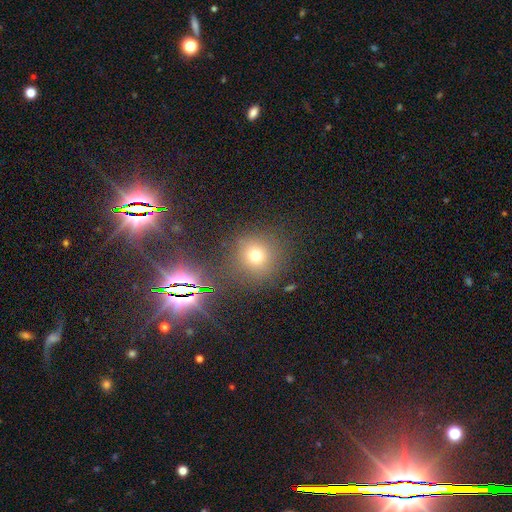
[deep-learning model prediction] Smooth or featured?
  - smooth: 66% *
  - star or artifact: 24%
  - featured or disk: 9%
How rounded?
  - round: 90% *
  - in between: 9%
  - cigar-shaped: 1%
Merging?
  - none: 79% *
  - minor disturbance: 10%
  - merger: 6%
  - major disturbance: 5%